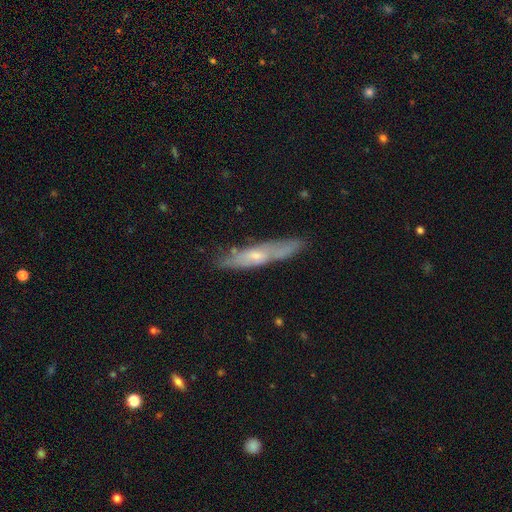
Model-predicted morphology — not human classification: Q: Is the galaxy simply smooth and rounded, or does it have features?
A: featured or disk — 53%.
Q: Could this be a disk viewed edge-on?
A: yes — 64%.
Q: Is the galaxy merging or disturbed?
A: none — 75%.